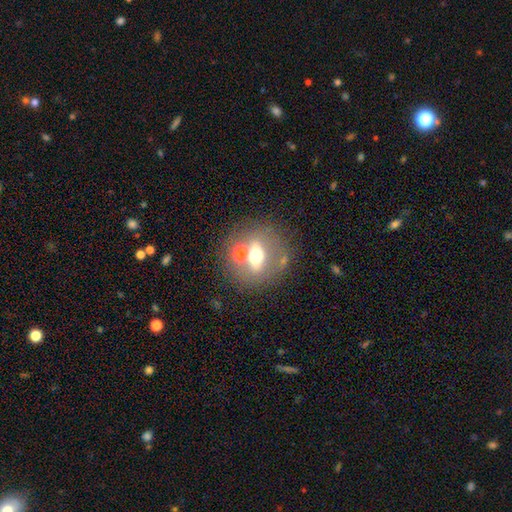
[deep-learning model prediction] Smooth or featured?
  - featured or disk: 46% *
  - smooth: 40%
  - star or artifact: 14%
Merging?
  - none: 59% *
  - merger: 24%
  - minor disturbance: 11%
  - major disturbance: 6%